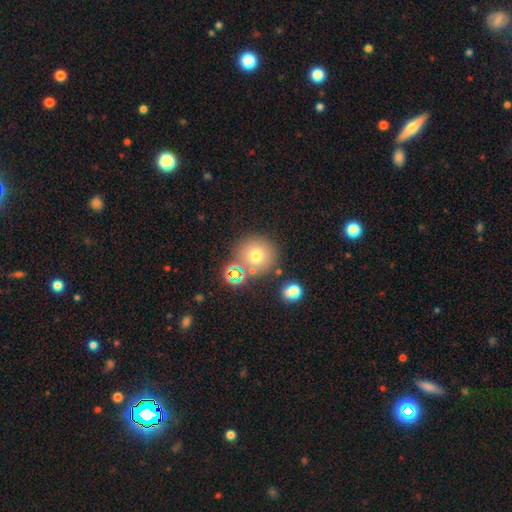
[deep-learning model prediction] The model was most divided on "smooth or featured": smooth: 71%, star or artifact: 17%, featured or disk: 12%. More confident: how rounded — round (93%); merging — none (74%).